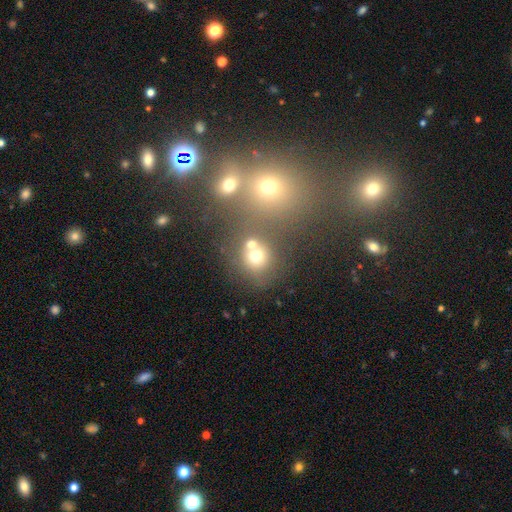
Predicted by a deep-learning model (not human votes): Overall: smooth (69%). How rounded: round (81%). Merging: none (50%; merger 35%).